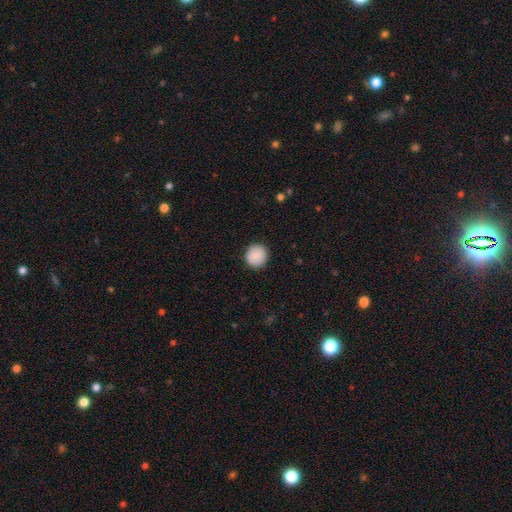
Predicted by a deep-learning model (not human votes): Smooth or featured? Predicted: smooth (p=0.86). How rounded? Predicted: round (p=0.91). Merging? Predicted: none (p=0.90).